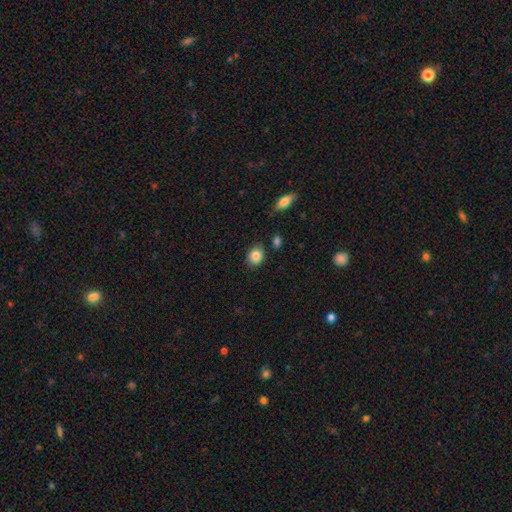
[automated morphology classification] Smooth or featured? Predicted: smooth (p=0.85). How rounded? Predicted: round (p=0.51). Merging? Predicted: none (p=0.83).